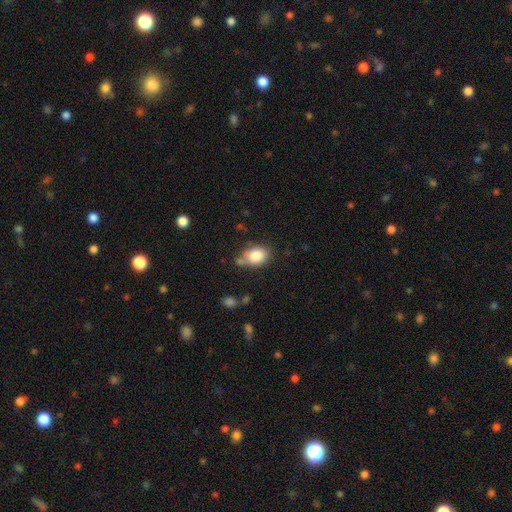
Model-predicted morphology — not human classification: smooth-or-featured: smooth: 85% | star or artifact: 8% | featured or disk: 7%
  how-rounded: in between: 73% | round: 25% | cigar-shaped: 1%
  merging: none: 59% | minor disturbance: 23% | merger: 12% | major disturbance: 7%